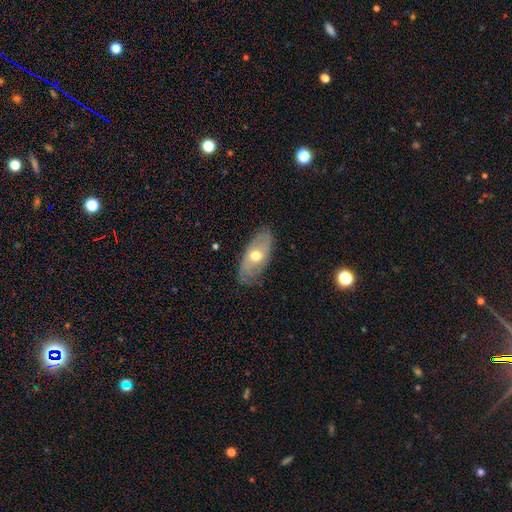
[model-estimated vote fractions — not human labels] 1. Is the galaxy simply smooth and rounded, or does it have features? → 48% smooth, 46% featured or disk, 7% star or artifact.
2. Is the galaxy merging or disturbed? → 78% none, 17% minor disturbance, 4% major disturbance, 1% merger.